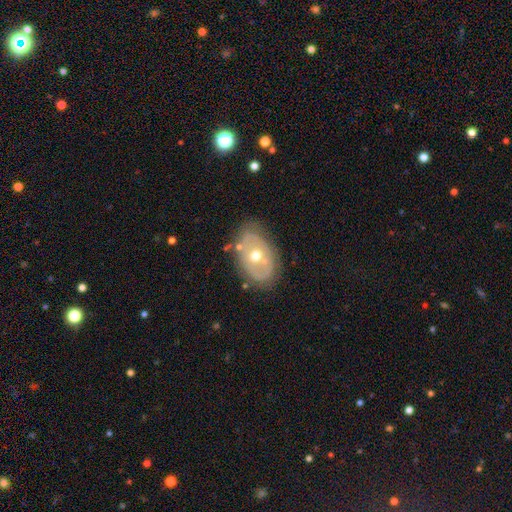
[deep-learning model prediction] Morphology: type=featured or disk (64%); edge-on=no (92%); bar=no (79%); spiral arms=no (67%); bulge=moderate (76%); merging=none (71%).